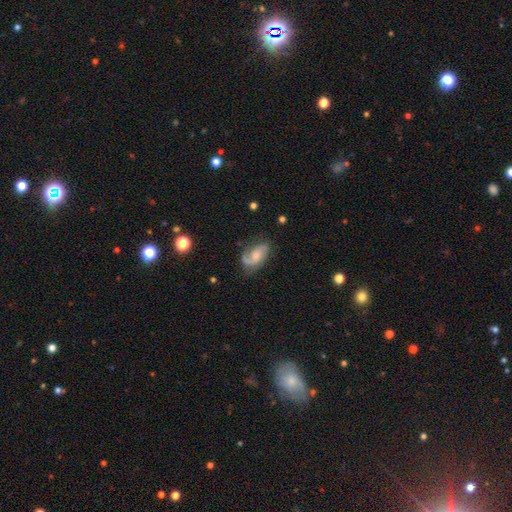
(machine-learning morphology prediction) Smooth or featured? Predicted: featured or disk (p=0.74). Edge-on disk? Predicted: no (p=0.96). Bar? Predicted: no (p=0.64). Spiral arms? Predicted: yes (p=0.93). Spiral winding? Predicted: medium (p=0.43). Spiral arm count? Predicted: 2 (p=0.67). Bulge size? Predicted: moderate (p=0.46). Merging? Predicted: none (p=0.62).